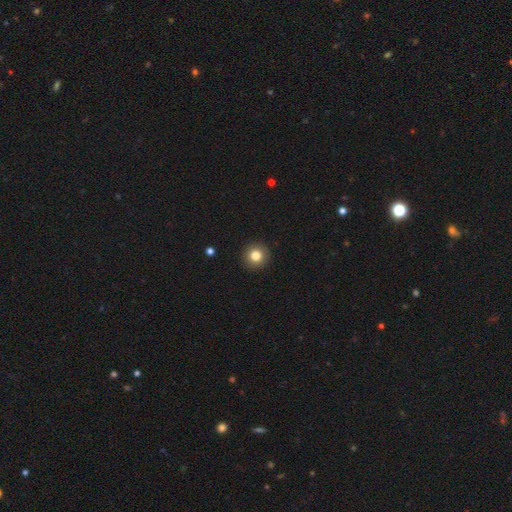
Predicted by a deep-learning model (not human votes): Smooth or featured: smooth — 82% (star or artifact — 10%)
How rounded: round — 94% (in between — 5%)
Merging: none — 92% (minor disturbance — 5%)